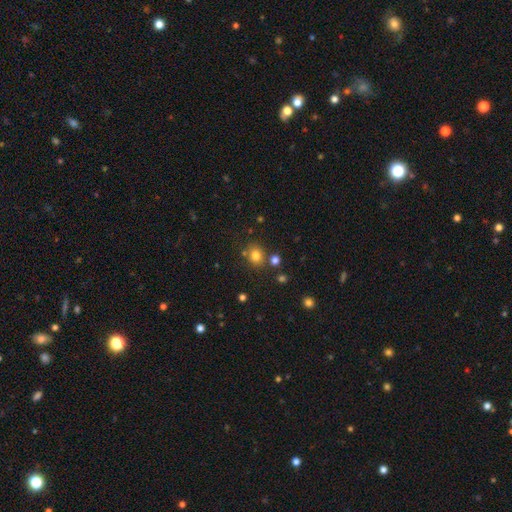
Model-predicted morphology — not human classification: Smooth or featured? smooth (78%)
How rounded? round (72%)
Merging? none (74%)